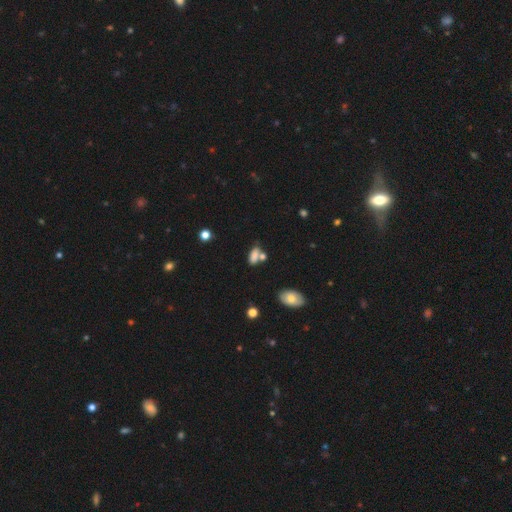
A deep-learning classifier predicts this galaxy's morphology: smooth_or_featured: smooth (p=0.76) [alt: featured or disk p=0.12]
how_rounded: in between (p=0.81) [alt: cigar-shaped p=0.11]
merging: none (p=0.46) [alt: merger p=0.32]